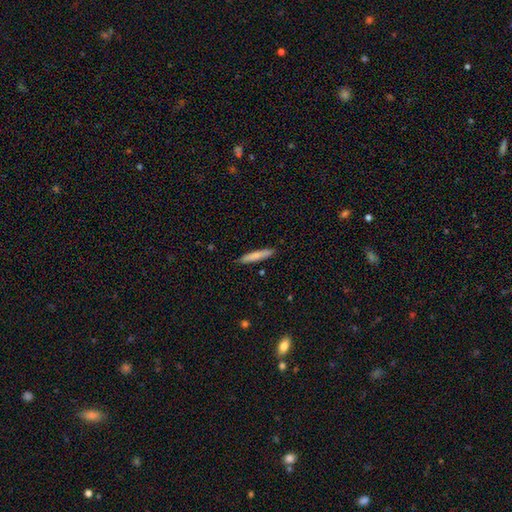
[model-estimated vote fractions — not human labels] Smooth or featured? smooth (78%)
How rounded? cigar-shaped (91%)
Merging? none (89%)